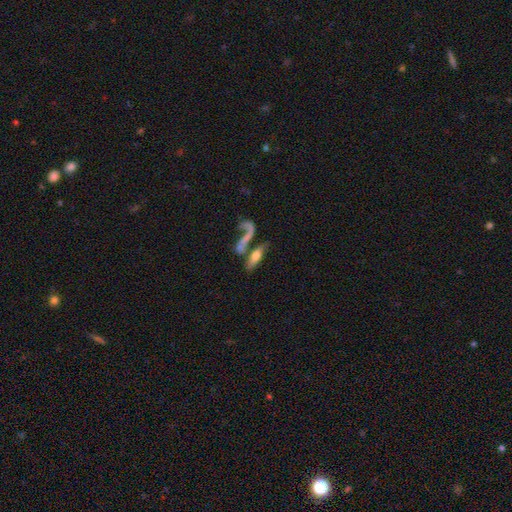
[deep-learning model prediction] smooth_or_featured: smooth (p=0.46) [alt: featured or disk p=0.45]
merging: merger (p=0.43) [alt: none p=0.33]